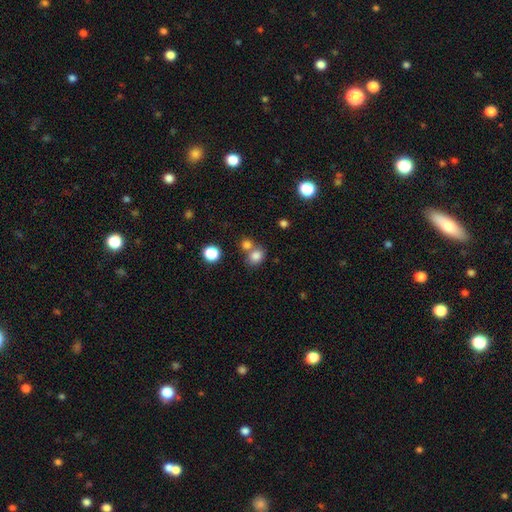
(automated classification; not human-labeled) This is clearly a smooth galaxy (81%). How rounded: likely round (62%). Merging: possibly none (51%).